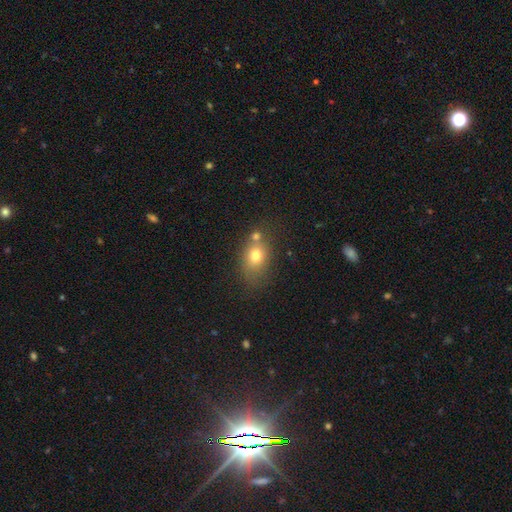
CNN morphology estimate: The model was most divided on "how rounded": in between: 61%, round: 37%, cigar-shaped: 2%. More confident: smooth or featured — smooth (74%); merging — none (51%).